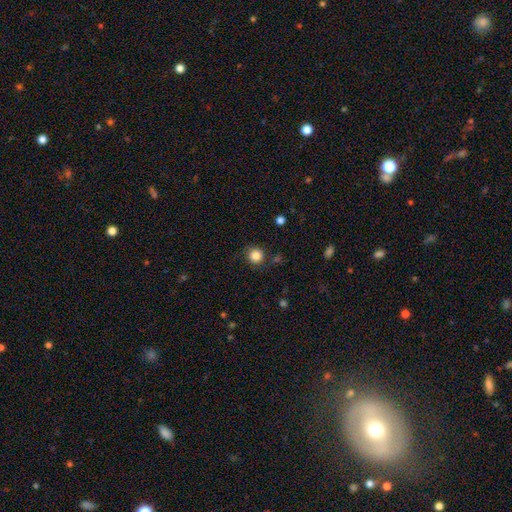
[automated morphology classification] The model was most divided on "merging": none: 83%, minor disturbance: 11%, major disturbance: 4%, merger: 3%. More confident: how rounded — round (93%); smooth or featured — smooth (85%).